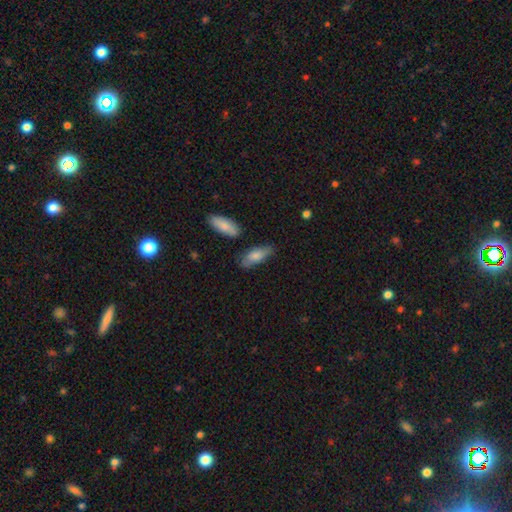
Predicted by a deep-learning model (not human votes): A smooth galaxy with no disk features (78%) that is in between round and cigar-shaped (77%).

Vote fractions:
- Smooth or featured? smooth: 78% / featured or disk: 16% / star or artifact: 6%
- How rounded? in between: 77% / cigar-shaped: 21% / round: 2%
- Merging? none: 66% / minor disturbance: 23% / merger: 6% / major disturbance: 5%